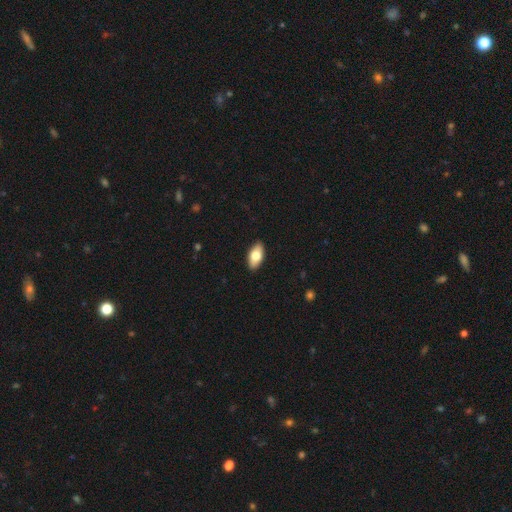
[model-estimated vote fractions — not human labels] smooth-or-featured: smooth: 75% | featured or disk: 18% | star or artifact: 6%
  how-rounded: in between: 91% | cigar-shaped: 6% | round: 3%
  merging: none: 90% | minor disturbance: 7% | major disturbance: 2% | merger: 1%